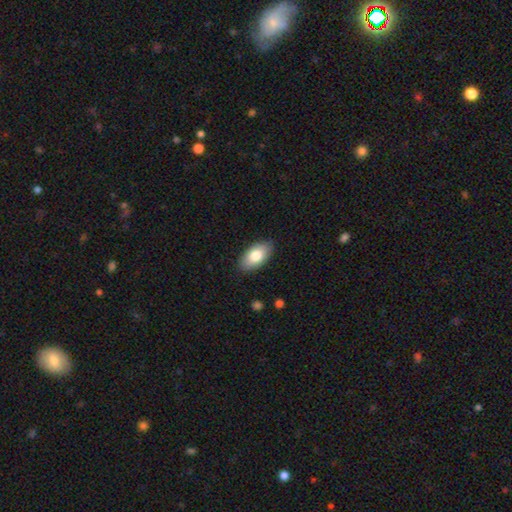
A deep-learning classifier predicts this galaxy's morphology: Smooth or featured? smooth (79%)
How rounded? in between (94%)
Merging? none (87%)